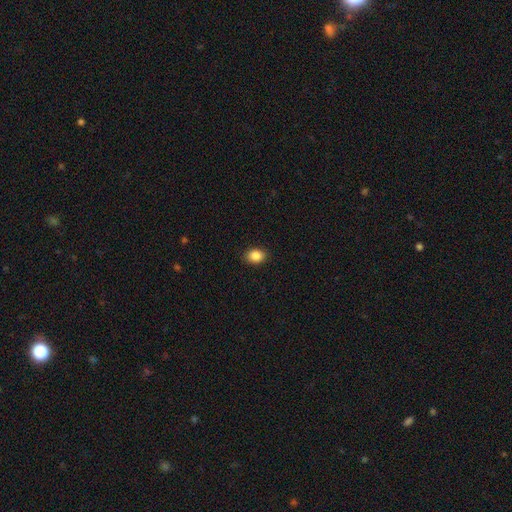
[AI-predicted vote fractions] smooth-or-featured: smooth: 87% | star or artifact: 9% | featured or disk: 4%
  how-rounded: in between: 62% | round: 37% | cigar-shaped: 1%
  merging: none: 90% | minor disturbance: 7% | major disturbance: 2% | merger: 1%